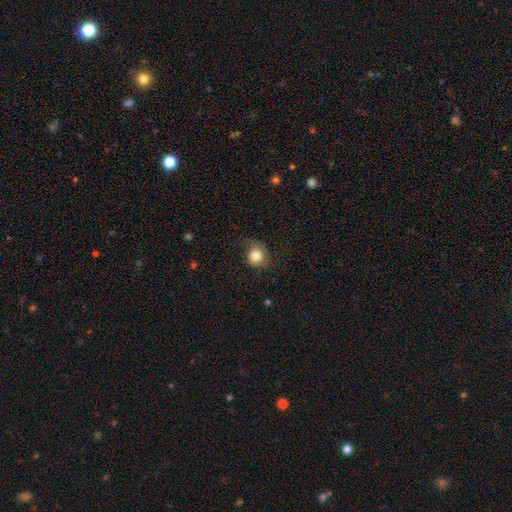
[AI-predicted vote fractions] A smooth galaxy with no disk features (76%) that is round (80%). Merging: none (62%).